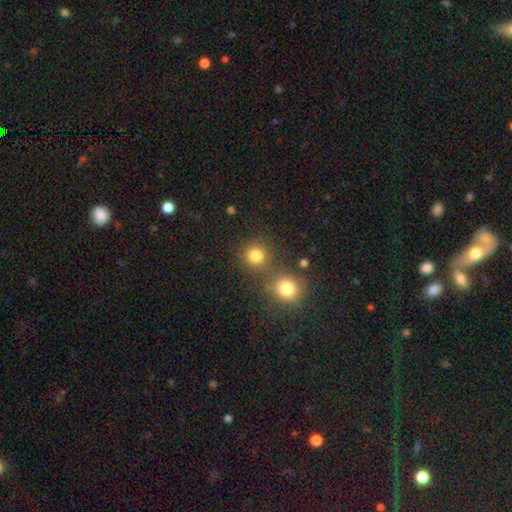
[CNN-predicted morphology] Overall: smooth (81%). How rounded: round (90%). Merging: none (65%; merger 25%).